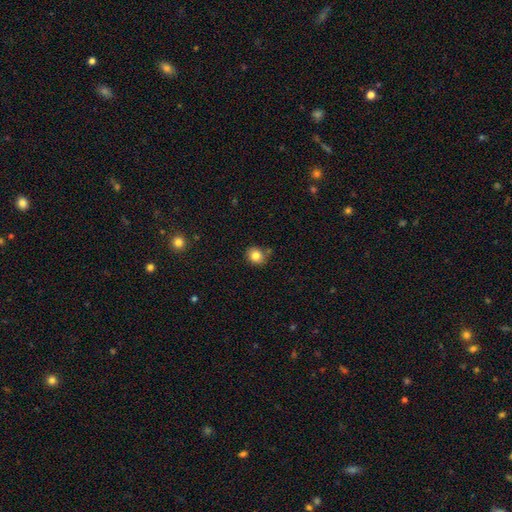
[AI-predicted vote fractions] A smooth galaxy with no disk features (82%) that is round (69%).

Vote fractions:
- Smooth or featured? smooth: 82% / star or artifact: 10% / featured or disk: 7%
- How rounded? round: 69% / in between: 31% / cigar-shaped: 1%
- Merging? none: 79% / minor disturbance: 12% / merger: 6% / major disturbance: 3%